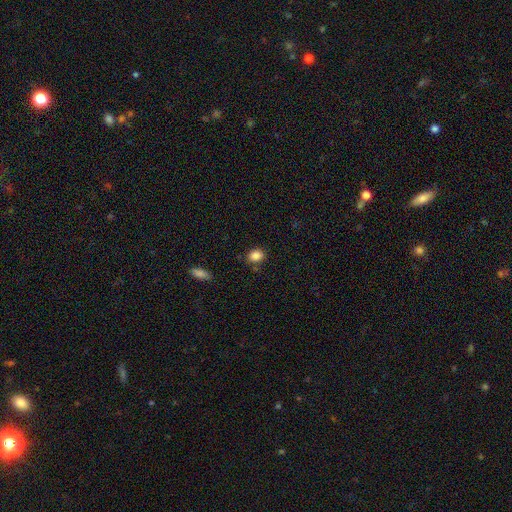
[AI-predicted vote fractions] A smooth galaxy with no disk features (86%) that is in between round and cigar-shaped (57%). Merging: none (78%).